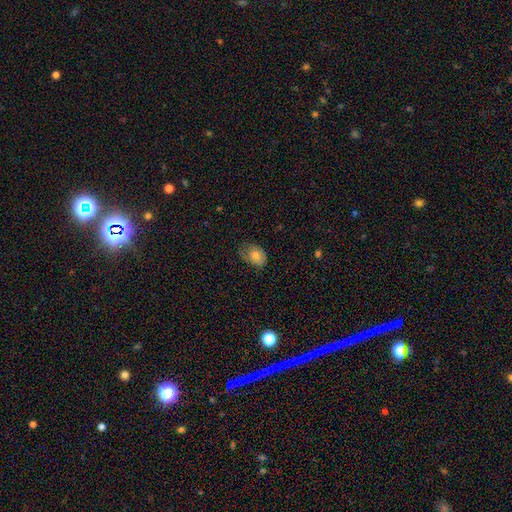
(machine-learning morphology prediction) smooth 72%, featured or disk 20%, star or artifact 8%. Down the decision tree: how rounded — in between (78%); merging — none (54%).